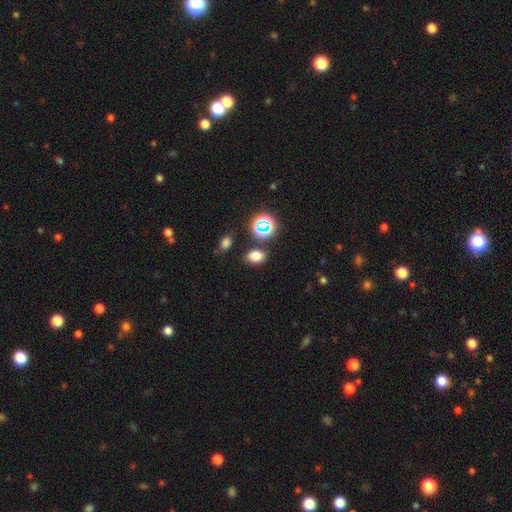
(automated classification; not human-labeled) Q: Smooth or featured?
A: smooth (73%); runner-up: star or artifact (20%)
Q: How rounded?
A: in between (73%); runner-up: round (26%)
Q: Merging?
A: none (80%); runner-up: minor disturbance (11%)